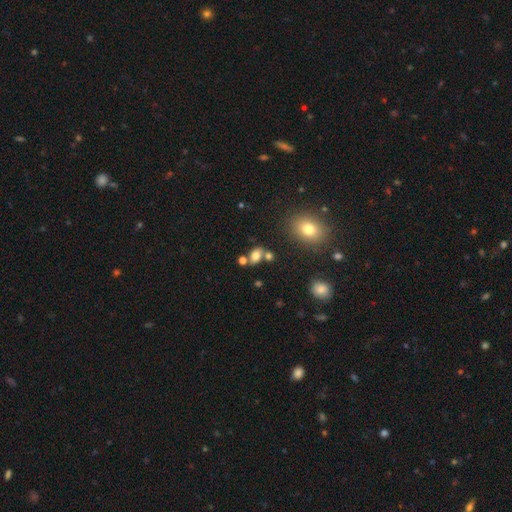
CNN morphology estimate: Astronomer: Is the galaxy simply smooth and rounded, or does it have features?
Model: smooth — 75%.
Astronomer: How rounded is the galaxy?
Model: in between — 81%.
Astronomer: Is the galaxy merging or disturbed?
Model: none — 56%.